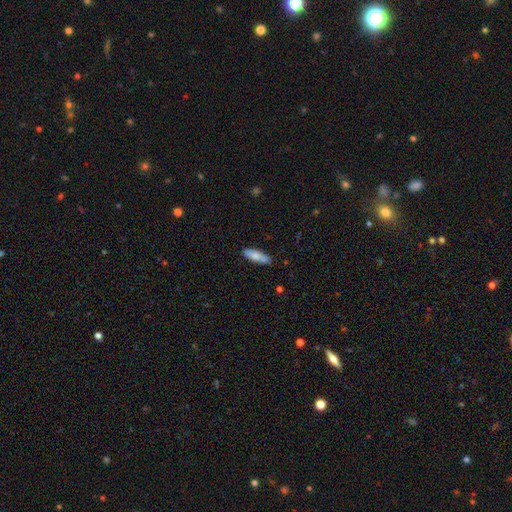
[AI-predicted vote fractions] Smooth or featured: smooth — 73% (featured or disk — 21%)
How rounded: in between — 55% (cigar-shaped — 43%)
Merging: none — 79% (minor disturbance — 15%)